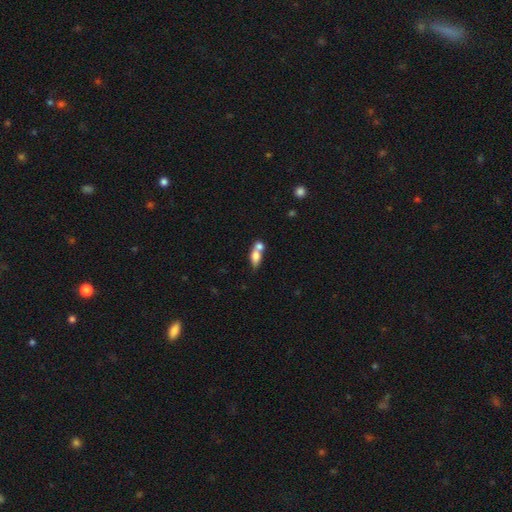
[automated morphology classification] smooth-or-featured: smooth: 72% | featured or disk: 20% | star or artifact: 8%
  how-rounded: in between: 75% | round: 13% | cigar-shaped: 12%
  merging: merger: 62% | none: 26% | minor disturbance: 8% | major disturbance: 4%